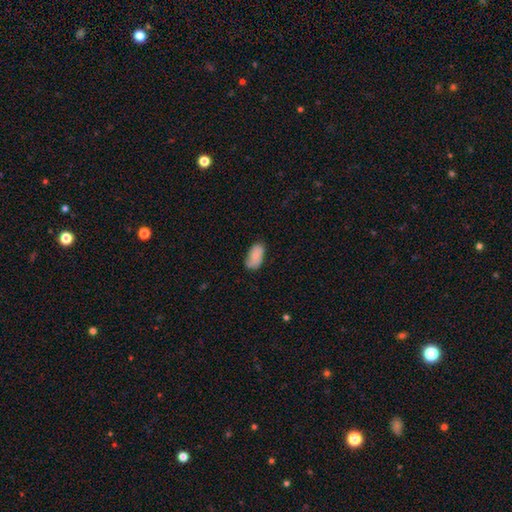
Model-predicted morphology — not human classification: smooth-or-featured: smooth: 79% | featured or disk: 14% | star or artifact: 7%
  how-rounded: in between: 94% | round: 4% | cigar-shaped: 3%
  merging: none: 67% | minor disturbance: 27% | major disturbance: 5% | merger: 1%